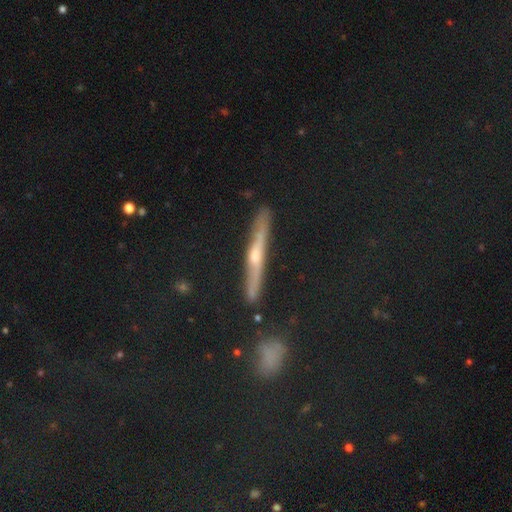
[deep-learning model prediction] smooth_or_featured: featured or disk (p=0.44) [alt: star or artifact p=0.31]
merging: none (p=0.85) [alt: minor disturbance p=0.10]